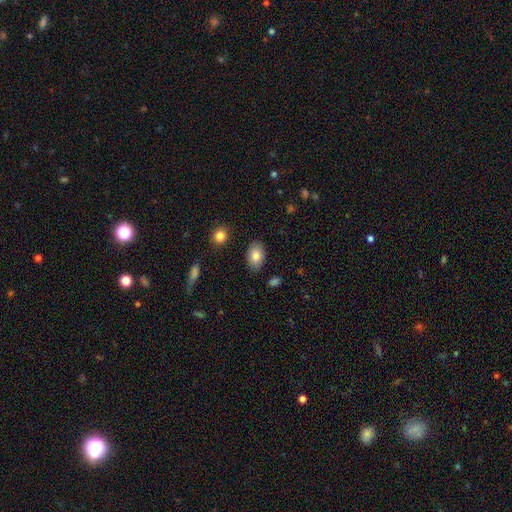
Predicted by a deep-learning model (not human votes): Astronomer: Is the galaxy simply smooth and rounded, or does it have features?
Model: smooth — 83%.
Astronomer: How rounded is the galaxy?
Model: in between — 89%.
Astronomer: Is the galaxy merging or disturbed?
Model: none — 85%.